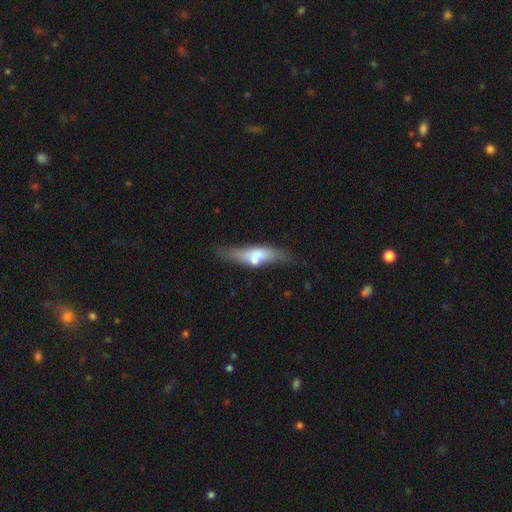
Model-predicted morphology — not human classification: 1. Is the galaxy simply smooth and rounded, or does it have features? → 49% smooth, 44% featured or disk, 7% star or artifact.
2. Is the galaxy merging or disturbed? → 59% none, 20% minor disturbance, 13% merger, 7% major disturbance.